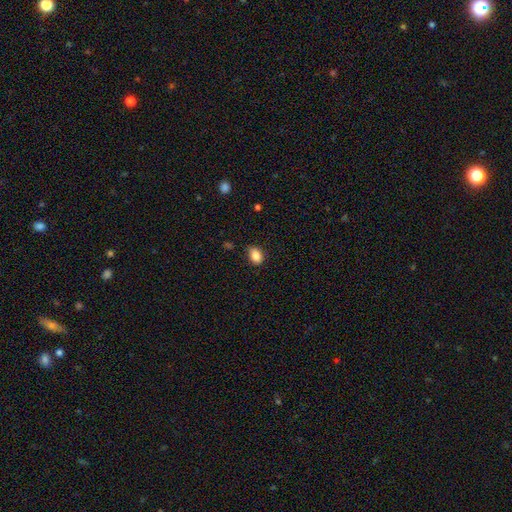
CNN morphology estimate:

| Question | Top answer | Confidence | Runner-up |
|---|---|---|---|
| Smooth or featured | smooth | 86% | star or artifact (9%) |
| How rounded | in between | 75% | round (23%) |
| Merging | none | 77% | minor disturbance (18%) |